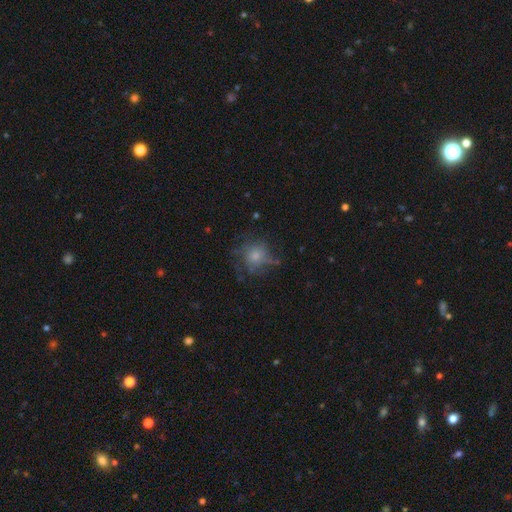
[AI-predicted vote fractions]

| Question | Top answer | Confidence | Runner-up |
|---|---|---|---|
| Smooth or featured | smooth | 50% | featured or disk (35%) |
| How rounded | round | 82% | in between (17%) |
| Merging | none | 55% | minor disturbance (22%) |